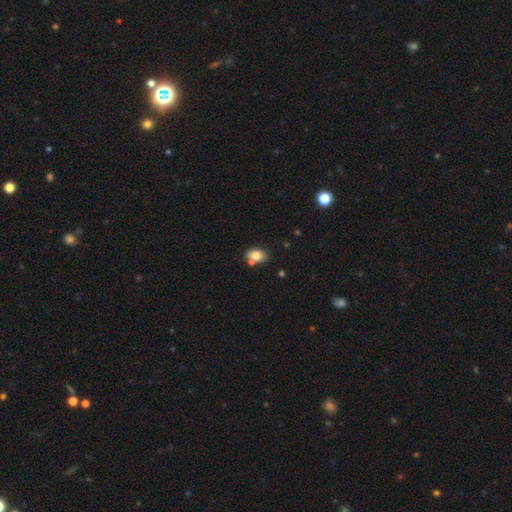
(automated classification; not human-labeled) Smooth or featured? smooth (77%)
How rounded? in between (77%)
Merging? none (54%)